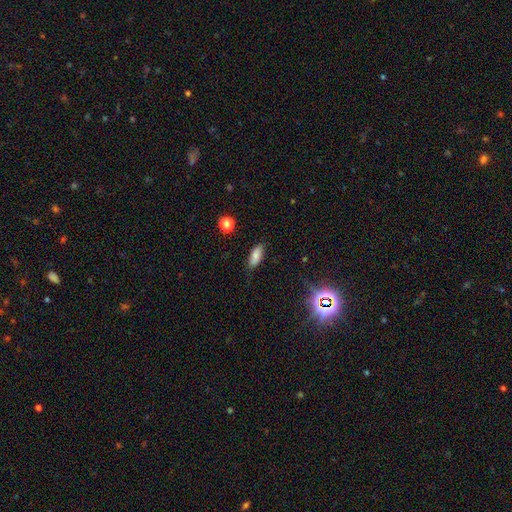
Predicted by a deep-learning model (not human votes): A smooth galaxy with no disk features (81%) that is in between round and cigar-shaped (80%). Merging: none (81%).